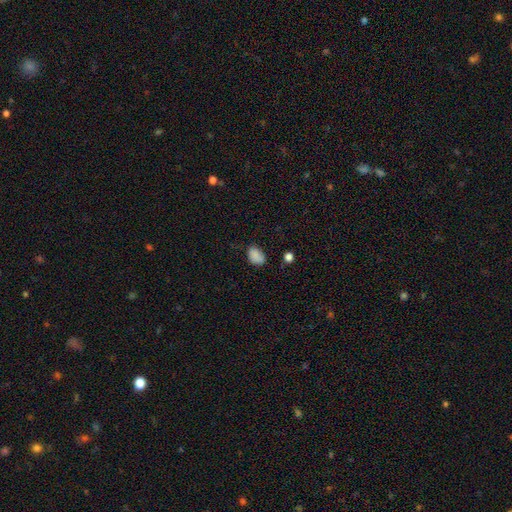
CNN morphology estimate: Q: Smooth or featured?
A: smooth (85%); runner-up: star or artifact (10%)
Q: How rounded?
A: in between (80%); runner-up: round (19%)
Q: Merging?
A: none (65%); runner-up: minor disturbance (27%)